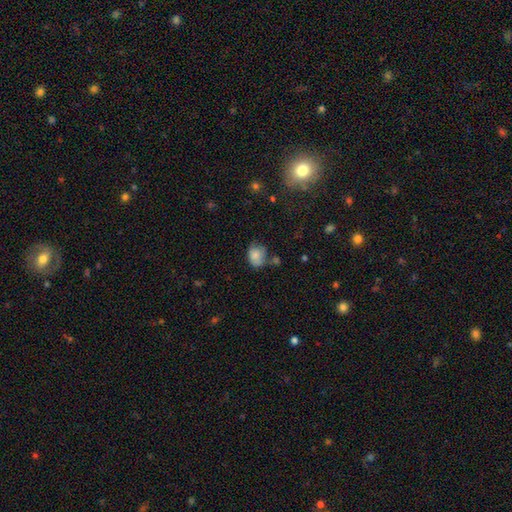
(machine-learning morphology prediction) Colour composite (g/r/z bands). It shows a smooth galaxy with no disk features (75%) that is in between round and cigar-shaped (59%). Merging: none (46%).